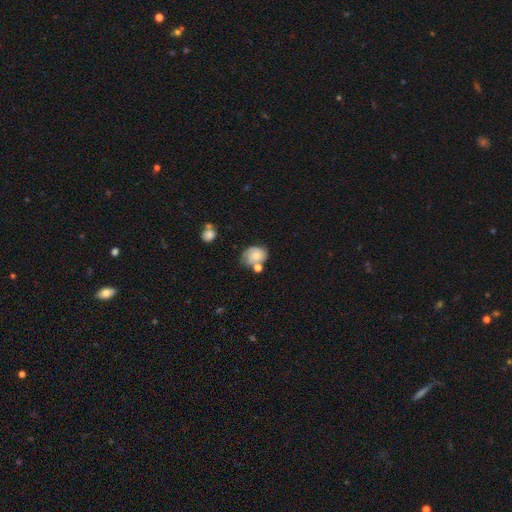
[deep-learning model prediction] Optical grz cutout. It shows a smooth galaxy with no disk features (62%) that is round (58%). Merging: none (43%).